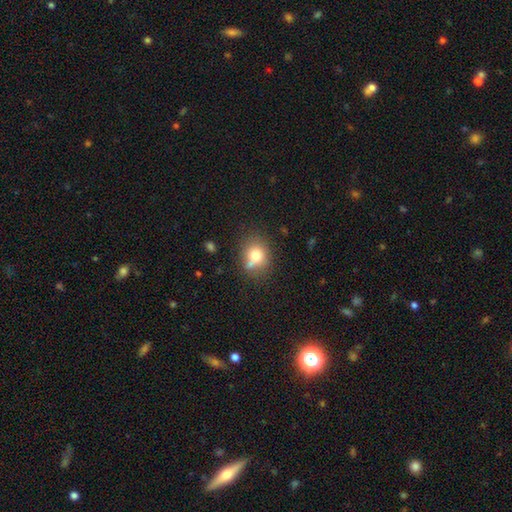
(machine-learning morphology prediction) Smooth or featured? smooth (73%)
How rounded? round (65%)
Merging? none (58%)